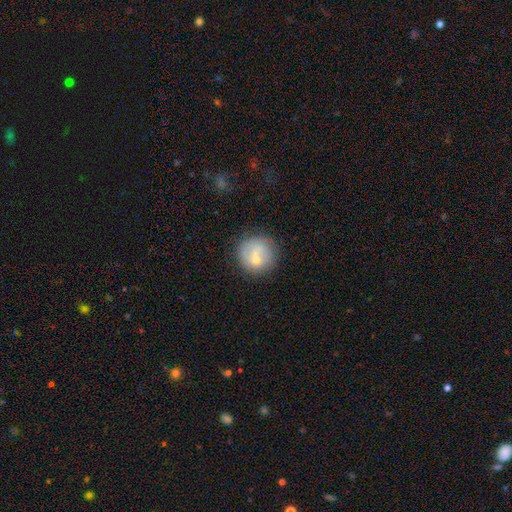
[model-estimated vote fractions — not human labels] Morphology: type=smooth (65%); roundness=round (92%); merging=none (60%).